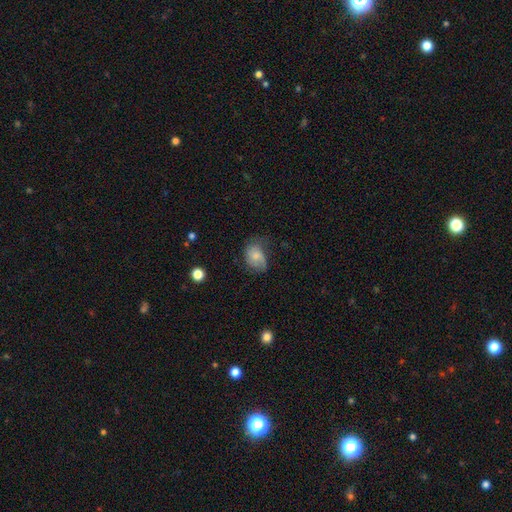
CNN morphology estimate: This is likely a smooth galaxy (68%). How rounded: likely in between (70%). Merging: marginally none (43%).